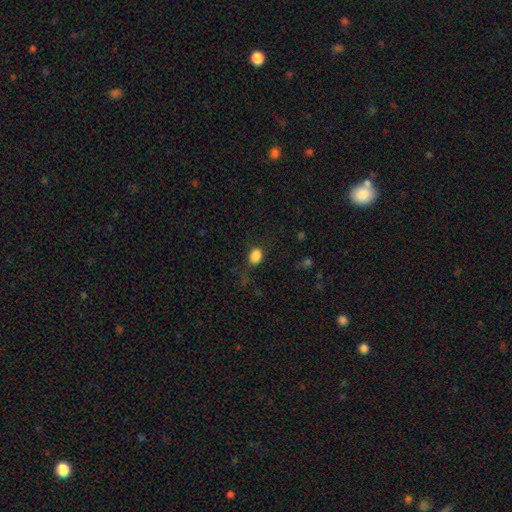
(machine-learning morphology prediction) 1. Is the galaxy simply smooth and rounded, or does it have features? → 85% smooth, 10% star or artifact, 4% featured or disk.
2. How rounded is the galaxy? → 65% in between, 33% round, 1% cigar-shaped.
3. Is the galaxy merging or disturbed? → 68% none, 20% minor disturbance, 9% major disturbance, 2% merger.